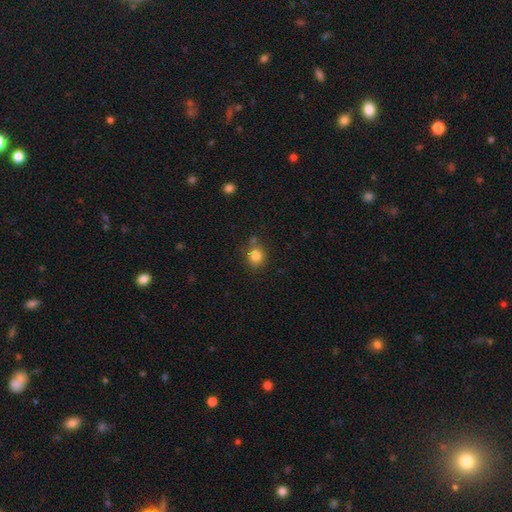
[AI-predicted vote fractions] Overall: smooth (83%). How rounded: round (85%). Merging: none (76%).